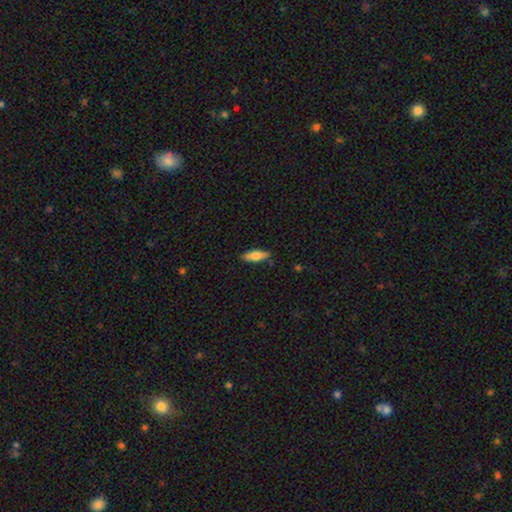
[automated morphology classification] Overall: smooth (68%). How rounded: in between (55%; cigar-shaped 43%). Merging: none (86%).